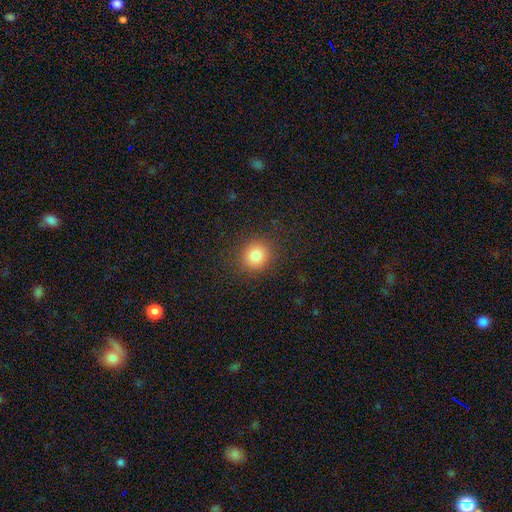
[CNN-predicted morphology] Smooth or featured? smooth (83%)
How rounded? round (88%)
Merging? none (88%)